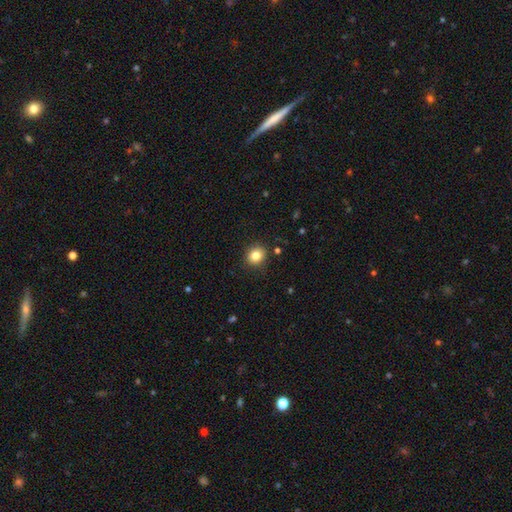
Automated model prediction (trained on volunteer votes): The model was most divided on "how rounded": round: 73%, in between: 26%, cigar-shaped: 1%. More confident: merging — none (88%); smooth or featured — smooth (83%).